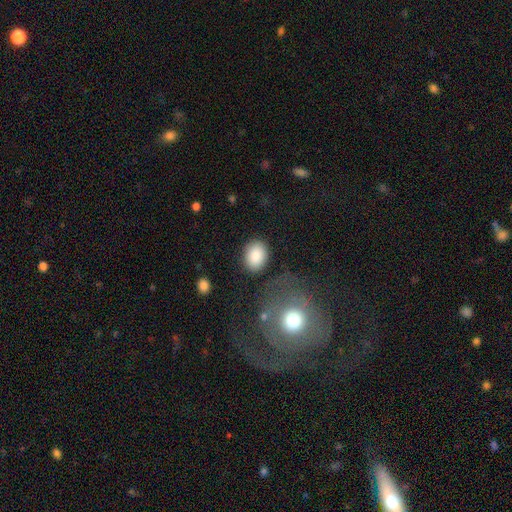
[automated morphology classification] This is clearly a smooth galaxy (88%). How rounded: likely in between (60%). Merging: clearly none (82%).